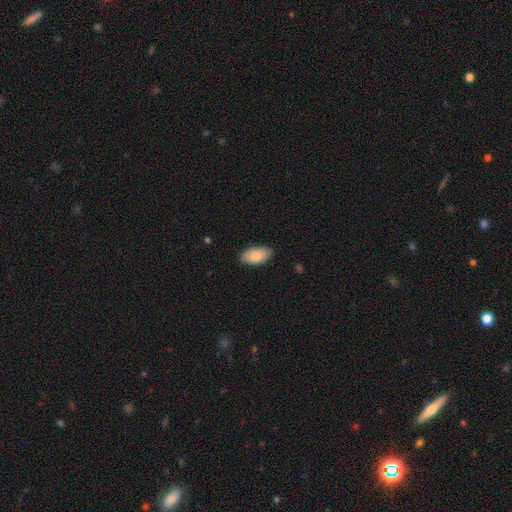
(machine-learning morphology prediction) Smooth or featured: smooth — 84% (featured or disk — 10%)
How rounded: in between — 95% (round — 3%)
Merging: none — 86% (minor disturbance — 11%)